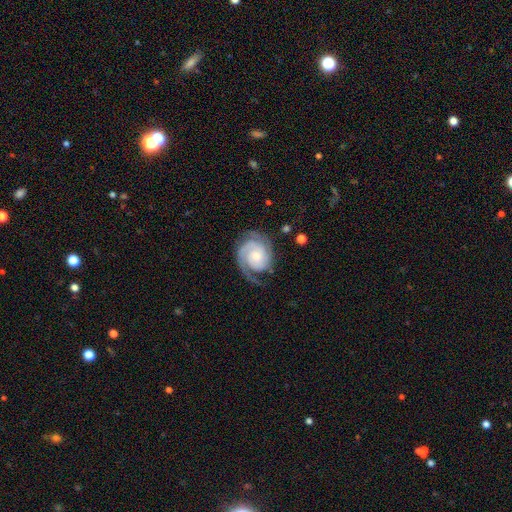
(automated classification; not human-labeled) smooth-or-featured: featured or disk: 87% | smooth: 9% | star or artifact: 5%
  disk-edge-on: no: 98% | yes: 2%
    bar: no: 71% | weak: 24% | strong: 5%
    has-spiral-arms: yes: 98% | no: 2%
      spiral-winding: tight: 63% | medium: 30% | loose: 7%
      spiral-arm-count: 2: 50% | 3: 17% | 1: 16% | can't tell: 10% | 4: 3% | more than 4: 3%
    bulge-size: small: 50% | moderate: 35% | none: 7% | large: 7% | dominant: 2%
  merging: none: 66% | minor disturbance: 19% | major disturbance: 14% | merger: 2%